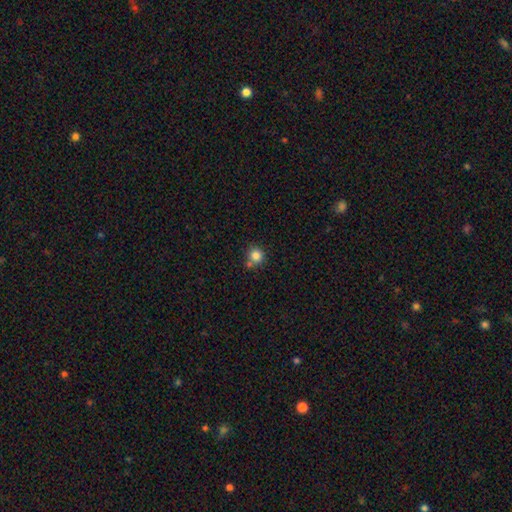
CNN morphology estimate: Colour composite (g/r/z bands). It shows a smooth galaxy with no disk features (83%) that is round (90%). Merging: none (62%).